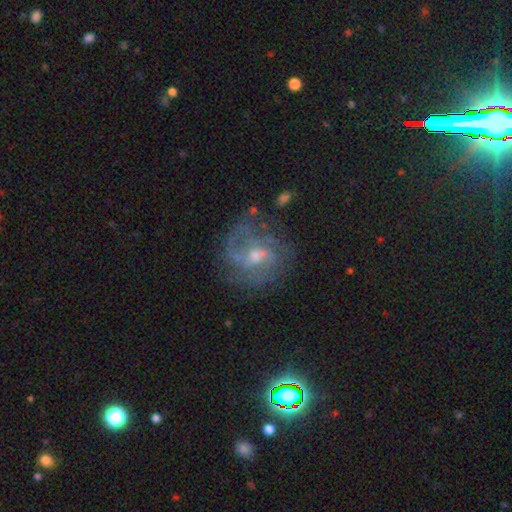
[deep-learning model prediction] smooth-or-featured: featured or disk: 81% | smooth: 11% | star or artifact: 8%
  disk-edge-on: no: 98% | yes: 2%
    bar: weak: 50% | no: 41% | strong: 10%
    has-spiral-arms: yes: 90% | no: 10%
      spiral-winding: medium: 48% | tight: 31% | loose: 21%
      spiral-arm-count: 2: 40% | can't tell: 25% | 3: 19% | 1: 7% | 4: 5% | more than 4: 4%
    bulge-size: moderate: 46% (tied) | small: 46% (tied) | none: 4% | large: 3% | dominant: 1%
  merging: none: 63% | minor disturbance: 19% | major disturbance: 16% | merger: 2%